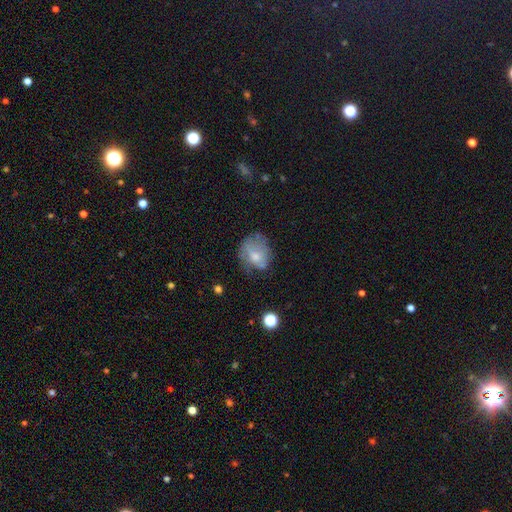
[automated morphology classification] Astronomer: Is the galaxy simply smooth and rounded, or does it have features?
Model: smooth — 56% (runner-up: featured or disk, 35%).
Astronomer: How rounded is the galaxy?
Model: in between — 51% (runner-up: round, 48%).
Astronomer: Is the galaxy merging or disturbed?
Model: none — 44% (runner-up: minor disturbance, 31%).